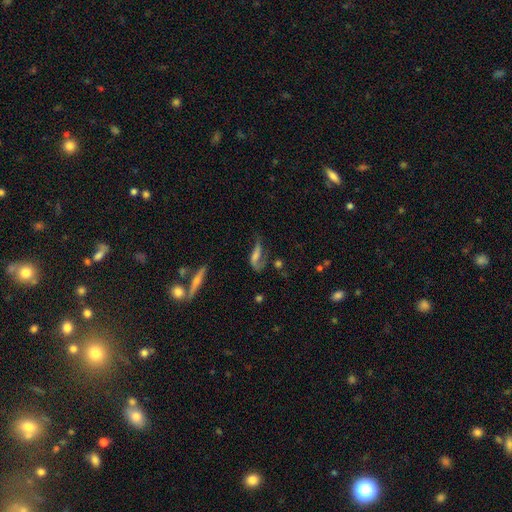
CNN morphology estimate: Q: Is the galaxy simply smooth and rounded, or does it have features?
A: featured or disk — 66%.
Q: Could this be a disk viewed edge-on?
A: no — 81%.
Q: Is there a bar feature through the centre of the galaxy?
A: no — 46%.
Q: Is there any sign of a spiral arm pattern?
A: yes — 84%.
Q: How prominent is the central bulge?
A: moderate — 33%.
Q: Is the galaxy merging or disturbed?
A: none — 40%.